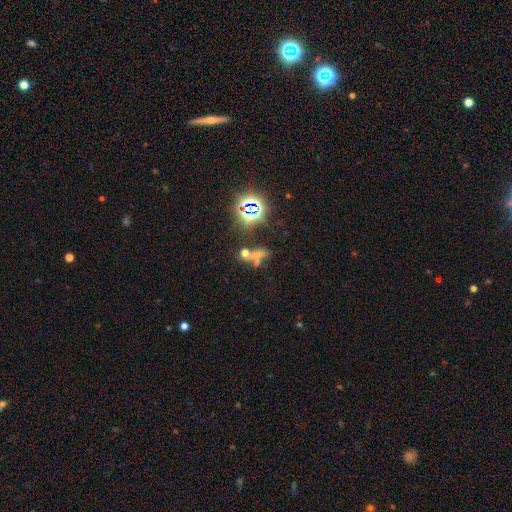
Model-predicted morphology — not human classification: Smooth or featured? Predicted: smooth (p=0.43). Merging? Predicted: merger (p=0.41).